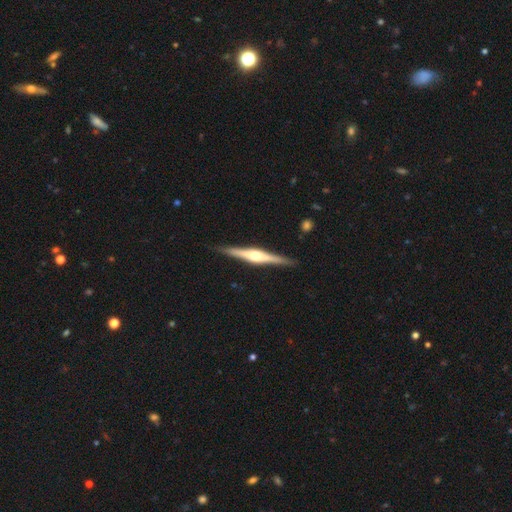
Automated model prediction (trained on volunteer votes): Overall: featured or disk (81%). Edge-on disk: yes (98%). Edge-on bulge: rounded (88%). Merging: none (90%).